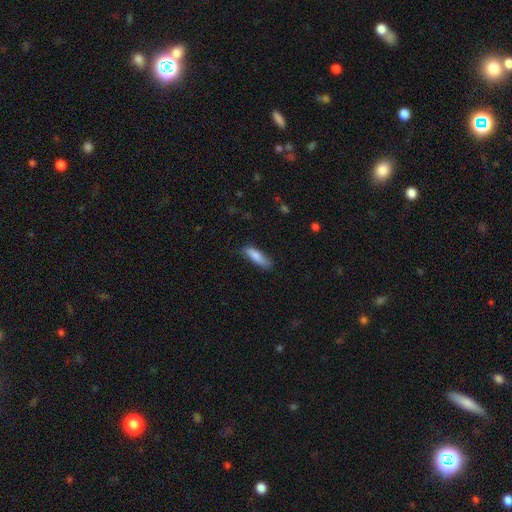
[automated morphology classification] smooth-or-featured: smooth: 82% | featured or disk: 12% | star or artifact: 6%
  how-rounded: cigar-shaped: 57% | in between: 41% | round: 2%
  merging: none: 73% | minor disturbance: 22% | major disturbance: 4% | merger: 2%